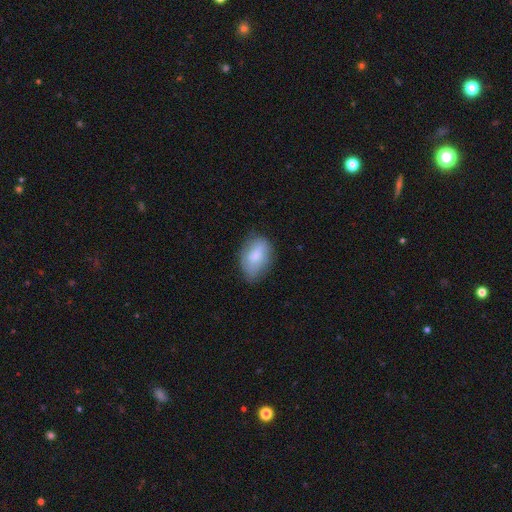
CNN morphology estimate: A smooth galaxy with no disk features (69%) that is in between round and cigar-shaped (88%).

Vote fractions:
- Smooth or featured? smooth: 69% / featured or disk: 24% / star or artifact: 7%
- How rounded? in between: 88% / round: 11% / cigar-shaped: 2%
- Merging? none: 67% / minor disturbance: 24% / major disturbance: 7% / merger: 1%